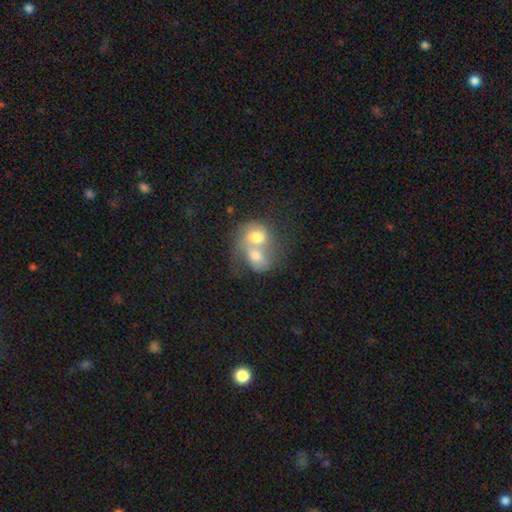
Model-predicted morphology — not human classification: Smooth or featured?
  - smooth: 58% *
  - featured or disk: 34%
  - star or artifact: 8%
How rounded?
  - in between: 52% *
  - round: 47%
  - cigar-shaped: 1%
Merging?
  - merger: 81% *
  - none: 9%
  - major disturbance: 6%
  - minor disturbance: 5%